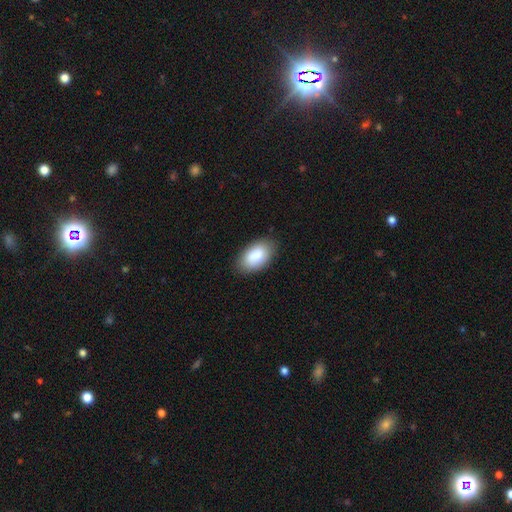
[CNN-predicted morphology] smooth 87%, featured or disk 7%, star or artifact 6%. Down the decision tree: how rounded — in between (94%); merging — none (84%).